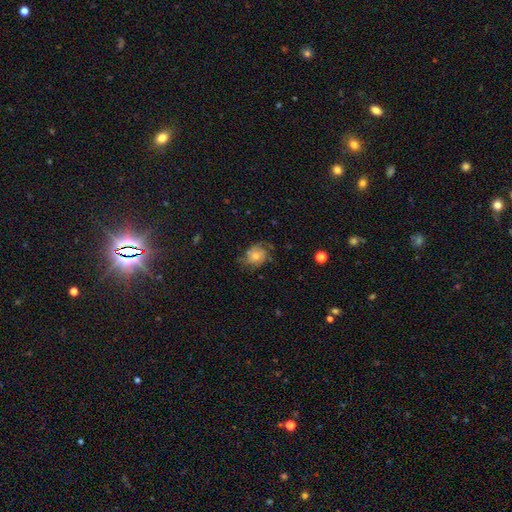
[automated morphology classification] A smooth galaxy with no disk features (48%). Merging: none (56%).